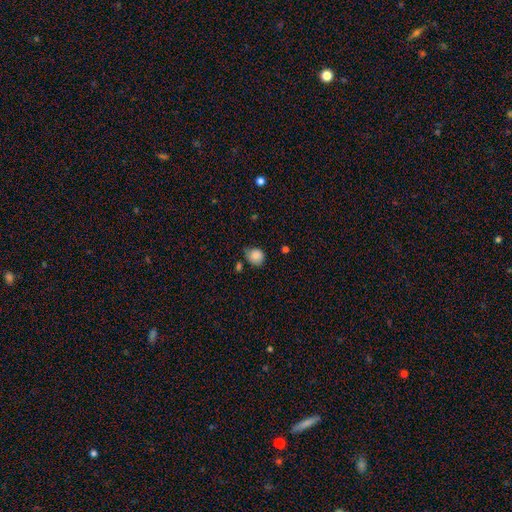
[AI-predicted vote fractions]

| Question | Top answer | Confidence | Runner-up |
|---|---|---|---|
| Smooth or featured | smooth | 84% | star or artifact (9%) |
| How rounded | round | 76% | in between (23%) |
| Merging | none | 60% | minor disturbance (30%) |